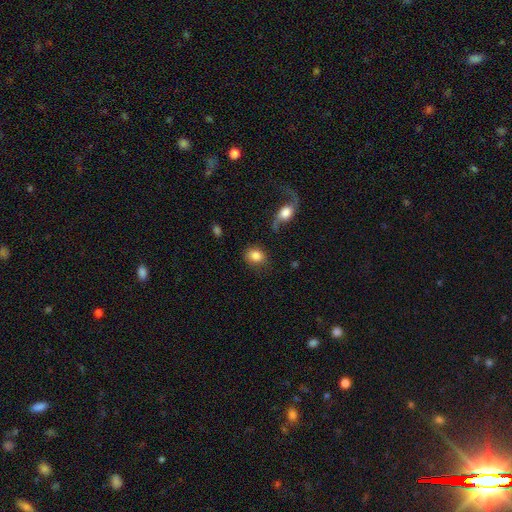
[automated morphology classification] smooth 83%, featured or disk 9%, star or artifact 8%. Down the decision tree: how rounded — in between (54%); merging — none (71%).